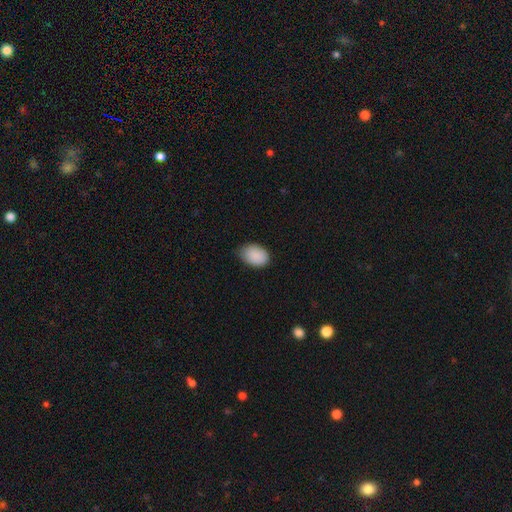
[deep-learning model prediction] The model was most divided on "merging": none: 69%, minor disturbance: 27%, major disturbance: 4%, merger: 1%. More confident: smooth or featured — smooth (90%); how rounded — in between (82%).